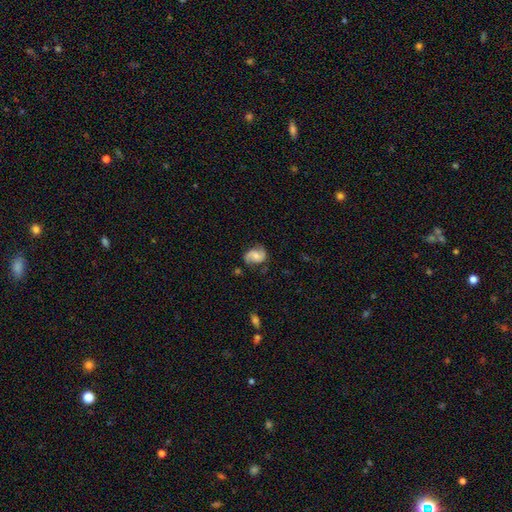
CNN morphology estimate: This appears to be a featured or disk galaxy (74%) with no bar (59%), 2 (89%) medium (46%) spiral arms (95%) and a moderate central bulge (46%). Merging: none (71%).